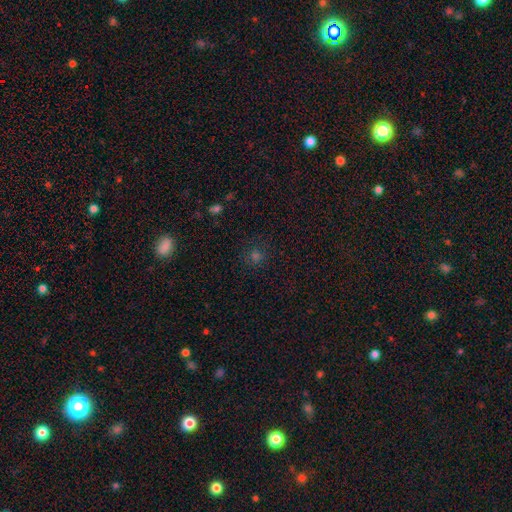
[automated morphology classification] smooth 58%, star or artifact 34%, featured or disk 8%. Down the decision tree: how rounded — round (88%); merging — none (84%).